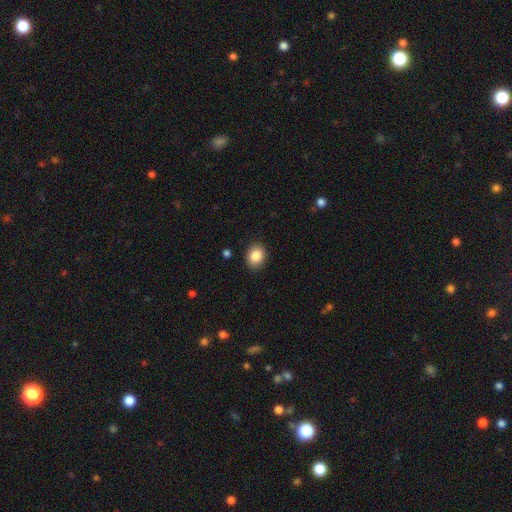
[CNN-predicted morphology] A smooth galaxy with no disk features (86%) that is in between round and cigar-shaped (51%). Merging: none (88%).